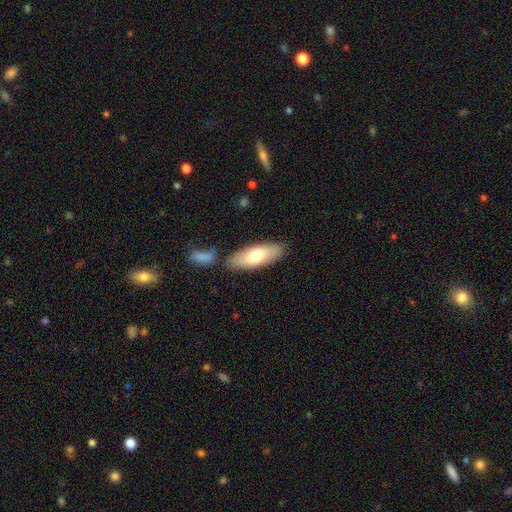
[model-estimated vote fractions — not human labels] Morphology: type=smooth (71%); roundness=in between (70%); merging=none (79%).